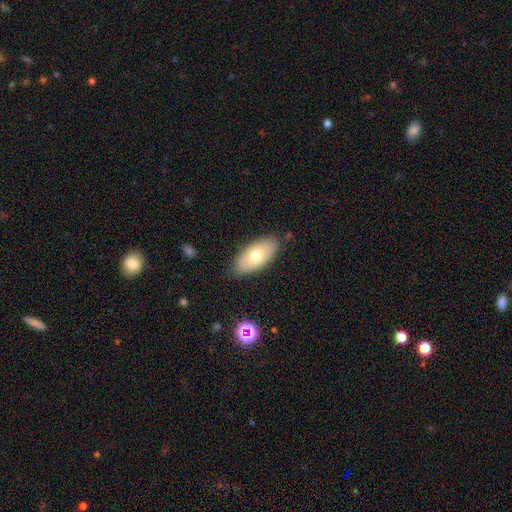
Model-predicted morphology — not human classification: type=smooth (68%); roundness=in between (92%); merging=none (84%).